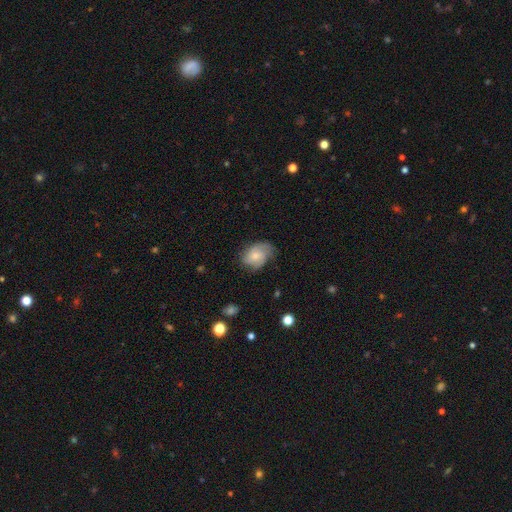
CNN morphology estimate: smooth-or-featured: featured or disk: 49% | smooth: 43% | star or artifact: 7%
  merging: none: 58% | minor disturbance: 29% | major disturbance: 11% | merger: 1%